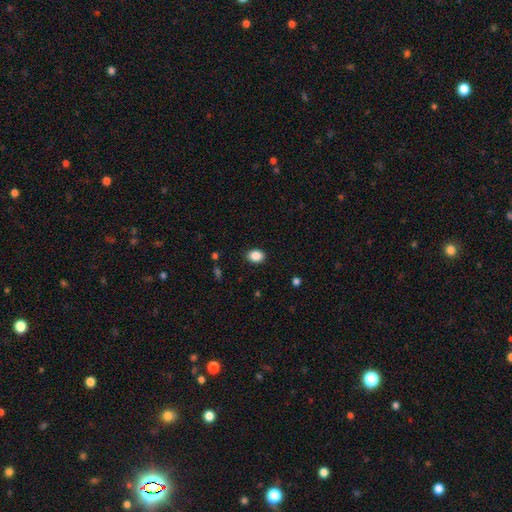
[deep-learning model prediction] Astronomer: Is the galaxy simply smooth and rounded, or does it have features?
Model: smooth — 88%.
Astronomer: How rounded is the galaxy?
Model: in between — 62%.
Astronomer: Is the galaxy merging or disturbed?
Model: none — 88%.